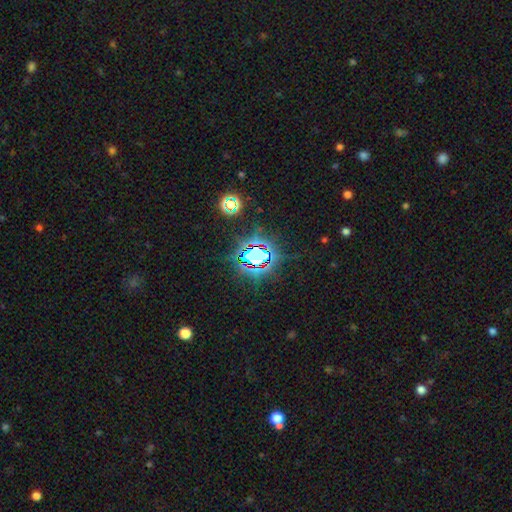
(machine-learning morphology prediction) This is likely a star or artifact rather than a galaxy (74%).